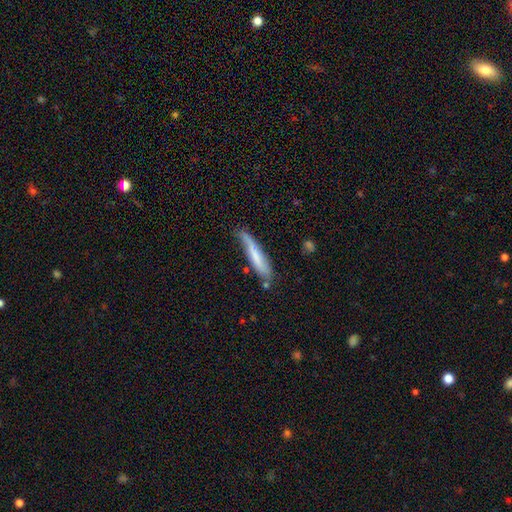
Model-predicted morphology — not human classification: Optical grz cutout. It shows a smooth galaxy with no disk features (63%) that is cigar-shaped (90%). Merging: none (56%).